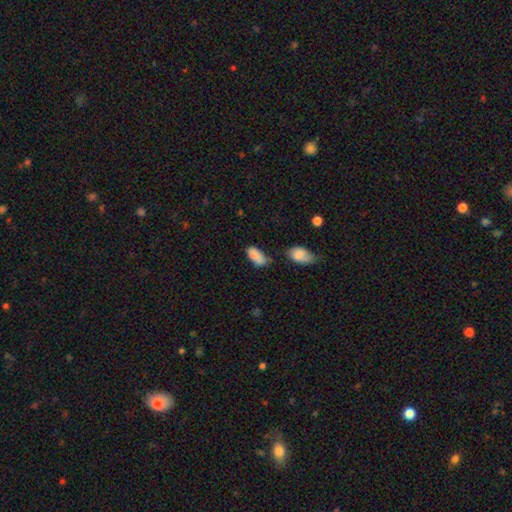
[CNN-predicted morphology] Smooth or featured?
  - smooth: 86% *
  - star or artifact: 8%
  - featured or disk: 6%
How rounded?
  - in between: 91% *
  - cigar-shaped: 7%
  - round: 3%
Merging?
  - none: 55% *
  - minor disturbance: 25%
  - merger: 12%
  - major disturbance: 7%